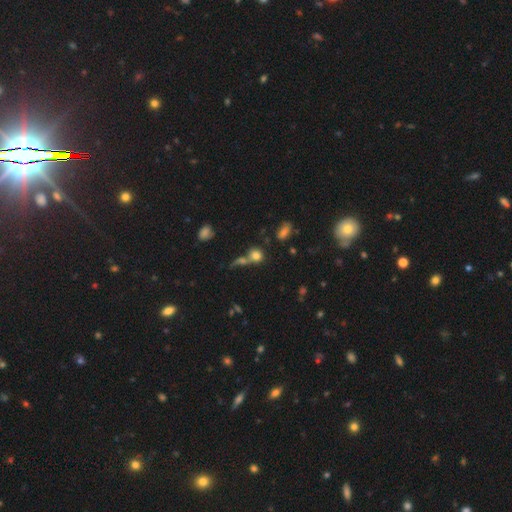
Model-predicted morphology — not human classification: This appears to be a smooth galaxy with no disk features (74%) that is round (73%). Merging: merger (43%).